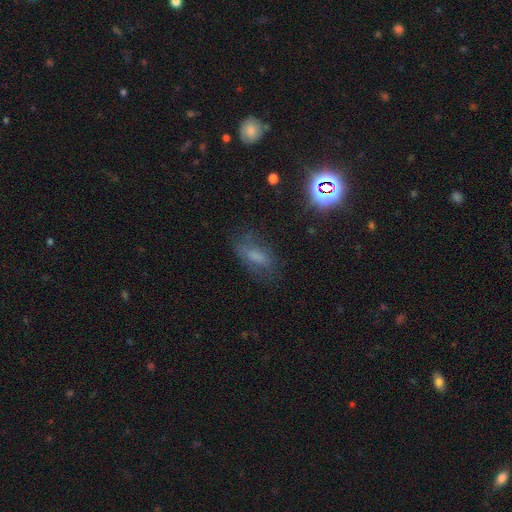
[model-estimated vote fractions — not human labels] This appears to be a smooth galaxy with no disk features (54%) that is in between round and cigar-shaped (73%). Merging: none (61%).